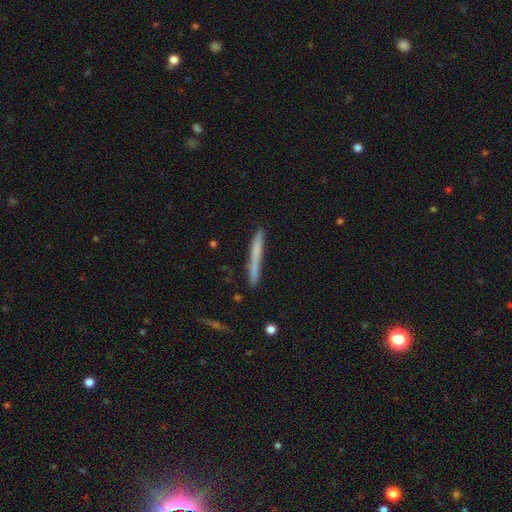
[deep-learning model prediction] This appears to be a smooth galaxy with no disk features (62%) that is cigar-shaped (97%). Merging: none (88%).